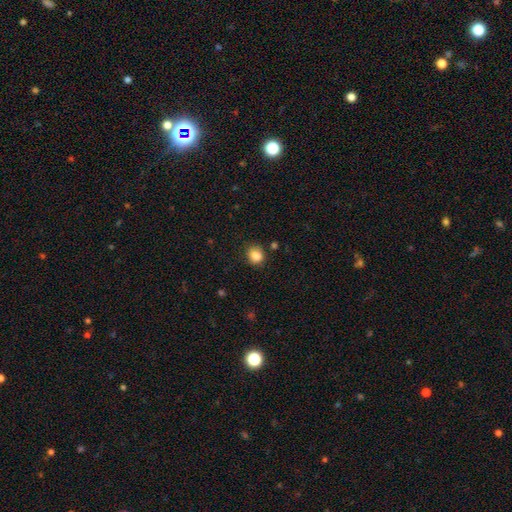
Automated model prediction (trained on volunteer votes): Smooth or featured?
  - smooth: 86% *
  - star or artifact: 10%
  - featured or disk: 4%
How rounded?
  - round: 76% *
  - in between: 23%
  - cigar-shaped: 1%
Merging?
  - none: 84% *
  - minor disturbance: 11%
  - major disturbance: 3%
  - merger: 2%